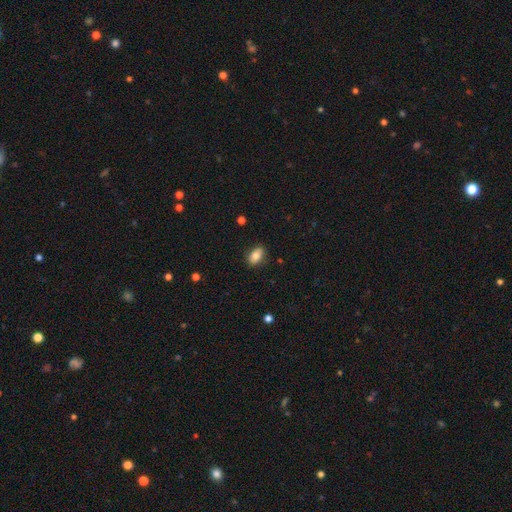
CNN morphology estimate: Smooth or featured: smooth — 80% (featured or disk — 12%)
How rounded: in between — 88% (round — 9%)
Merging: none — 85% (minor disturbance — 12%)